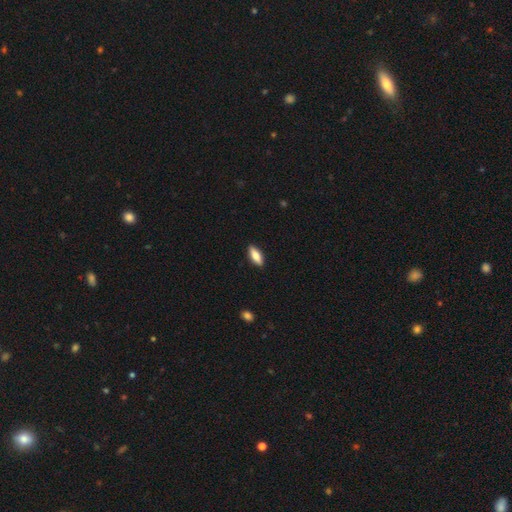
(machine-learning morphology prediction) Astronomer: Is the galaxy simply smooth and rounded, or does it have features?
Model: smooth — 75%.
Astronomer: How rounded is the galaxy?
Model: in between — 70%.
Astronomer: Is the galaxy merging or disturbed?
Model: none — 89%.